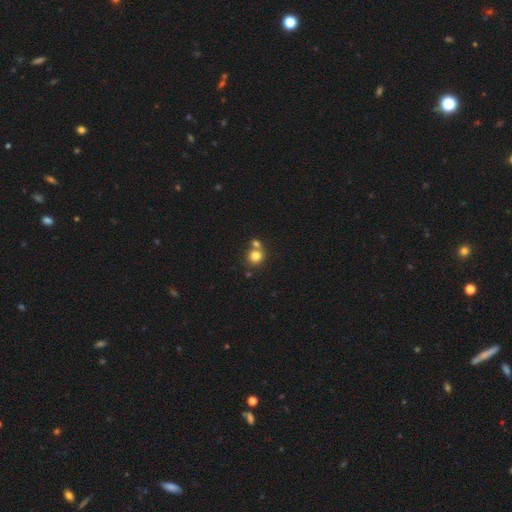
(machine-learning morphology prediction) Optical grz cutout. It shows a smooth galaxy with no disk features (80%) that is round (87%). Merging: none (55%).